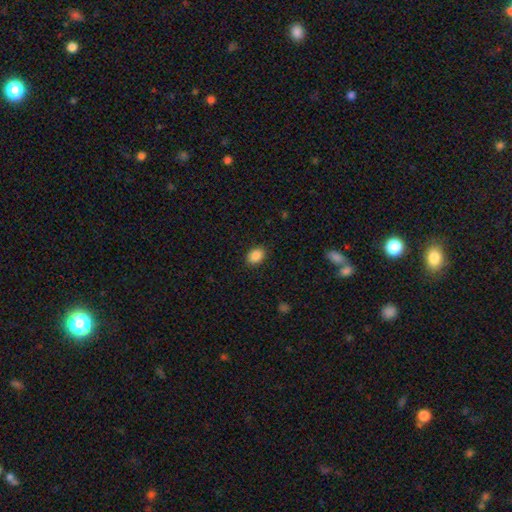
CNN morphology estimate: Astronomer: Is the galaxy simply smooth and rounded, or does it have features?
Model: smooth — 88%.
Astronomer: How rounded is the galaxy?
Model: in between — 68%.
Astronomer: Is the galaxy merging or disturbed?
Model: none — 88%.